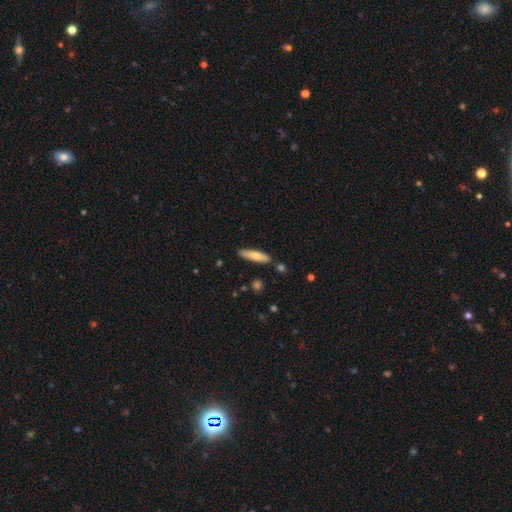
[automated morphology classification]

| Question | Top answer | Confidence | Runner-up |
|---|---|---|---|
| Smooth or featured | smooth | 69% | featured or disk (25%) |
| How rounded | cigar-shaped | 72% | in between (26%) |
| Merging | none | 85% | minor disturbance (10%) |